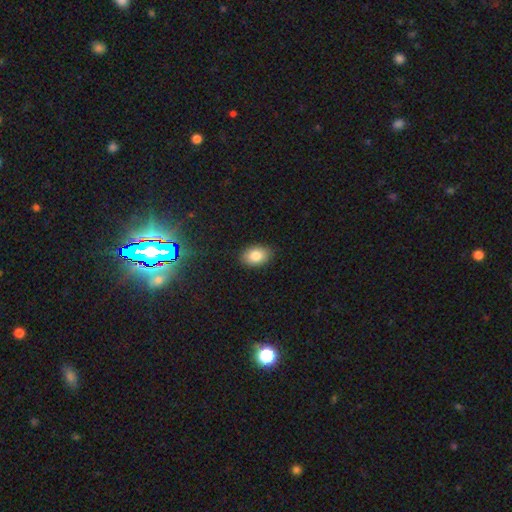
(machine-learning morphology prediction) Smooth or featured? Predicted: smooth (p=0.83). How rounded? Predicted: in between (p=0.83). Merging? Predicted: none (p=0.88).